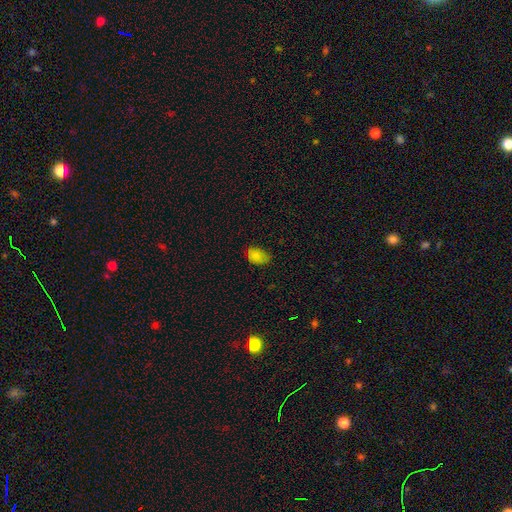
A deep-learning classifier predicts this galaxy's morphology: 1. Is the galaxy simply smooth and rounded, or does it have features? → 81% smooth, 12% star or artifact, 7% featured or disk.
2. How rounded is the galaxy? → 80% in between, 18% round, 1% cigar-shaped.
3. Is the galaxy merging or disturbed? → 59% none, 33% minor disturbance, 7% major disturbance, 1% merger.